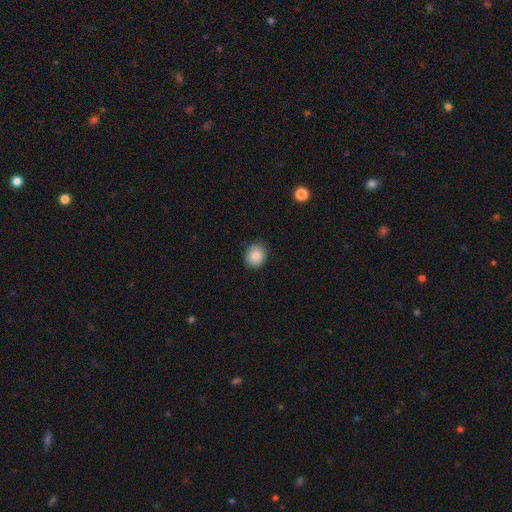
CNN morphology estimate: type=smooth (85%); roundness=round (72%); merging=none (87%).